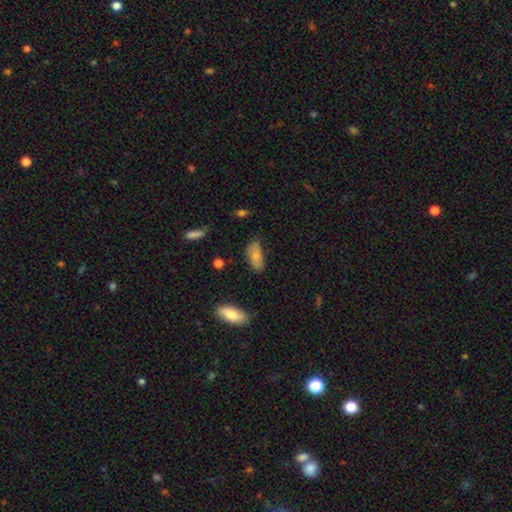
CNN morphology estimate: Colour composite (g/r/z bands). It shows a smooth galaxy with no disk features (75%) that is in between round and cigar-shaped (86%). Merging: none (62%).